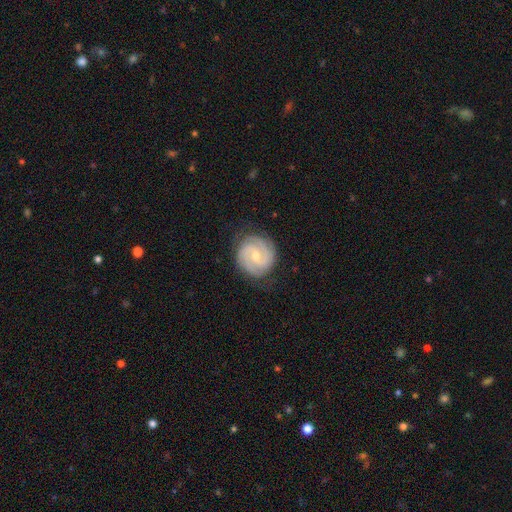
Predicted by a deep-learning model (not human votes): Q: Smooth or featured?
A: featured or disk (87%); runner-up: smooth (9%)
Q: Edge-on disk?
A: no (98%); runner-up: yes (2%)
Q: Bar?
A: weak (45%); tied with: no (45%)
Q: Spiral arms?
A: yes (98%); runner-up: no (2%)
Q: Spiral winding?
A: tight (68%); runner-up: medium (28%)
Q: Spiral arm count?
A: 2 (66%); runner-up: 3 (18%)
Q: Bulge size?
A: small (50%); runner-up: moderate (47%)
Q: Merging?
A: none (82%); runner-up: minor disturbance (13%)